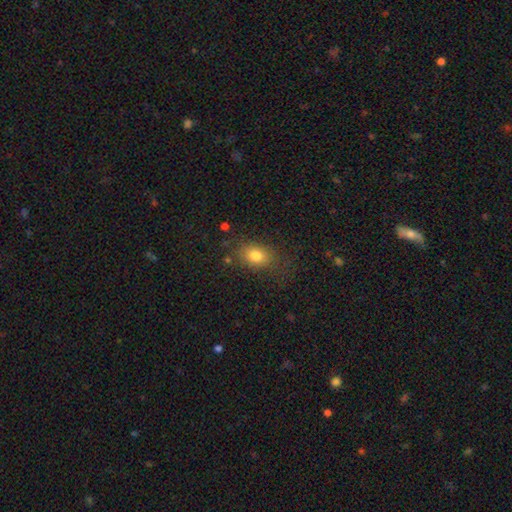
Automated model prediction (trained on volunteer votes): A smooth galaxy with no disk features (79%) that is in between round and cigar-shaped (67%).

Vote fractions:
- Smooth or featured? smooth: 79% / star or artifact: 11% / featured or disk: 10%
- How rounded? in between: 67% / round: 31% / cigar-shaped: 2%
- Merging? none: 74% / minor disturbance: 16% / major disturbance: 8% / merger: 2%